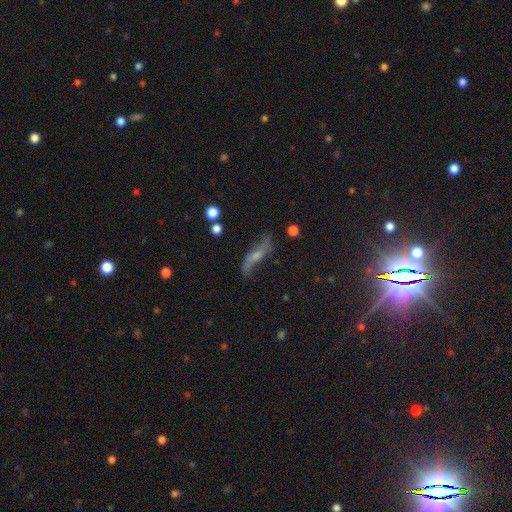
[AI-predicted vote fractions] A featured or disk galaxy (66%). Merging: none (61%).